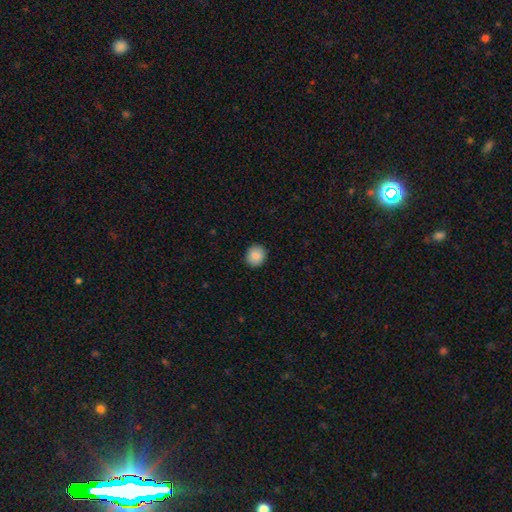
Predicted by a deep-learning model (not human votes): Overall: smooth (89%). How rounded: round (86%). Merging: none (92%).